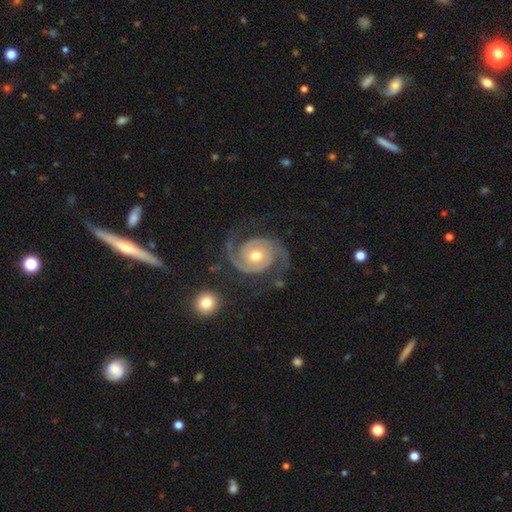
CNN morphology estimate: smooth-or-featured: featured or disk: 92% | star or artifact: 4% | smooth: 4%
  disk-edge-on: no: 98% | yes: 2%
    bar: no: 67% | weak: 25% | strong: 8%
    has-spiral-arms: yes: 98% | no: 2%
      spiral-winding: medium: 51% | tight: 35% | loose: 14%
      spiral-arm-count: 2: 93% | 3: 2% | can't tell: 2% | 1: 1% | 4: 1% | more than 4: 1%
    bulge-size: moderate: 75% | small: 18% | large: 5% | dominant: 1% | none: 1%
  merging: none: 76% | minor disturbance: 14% | major disturbance: 8% | merger: 2%